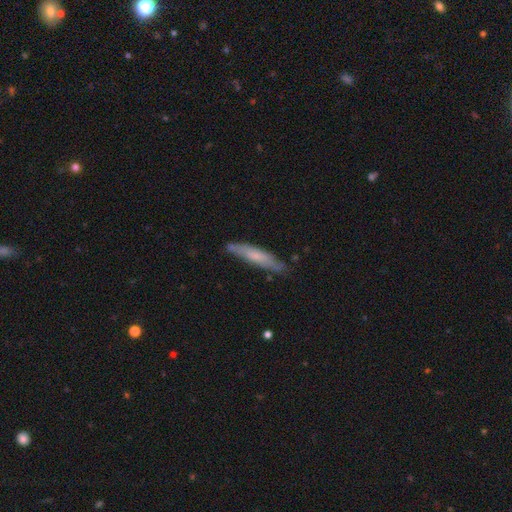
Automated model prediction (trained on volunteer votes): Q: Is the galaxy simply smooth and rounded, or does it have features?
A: smooth — 56%.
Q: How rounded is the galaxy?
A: cigar-shaped — 87%.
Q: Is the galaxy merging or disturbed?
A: none — 78%.